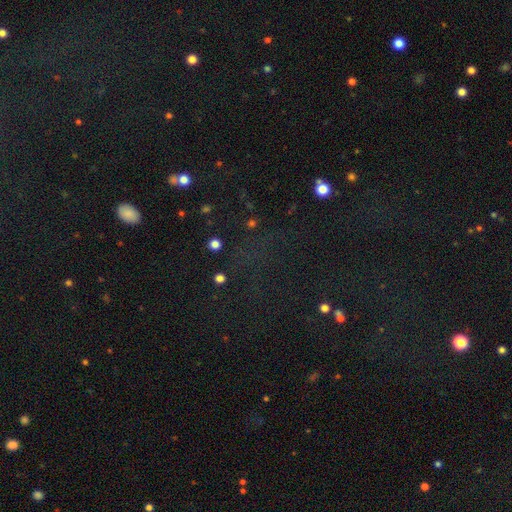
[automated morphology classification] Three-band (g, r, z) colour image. It shows a star or artifact, not a galaxy (70%).